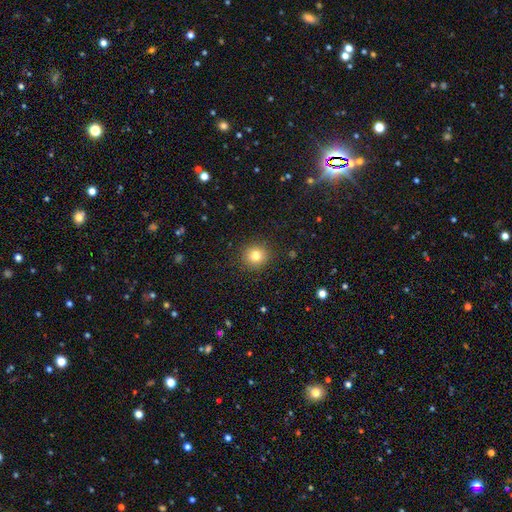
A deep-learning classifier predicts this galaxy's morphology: A smooth galaxy with no disk features (80%) that is round (90%).

Vote fractions:
- Smooth or featured? smooth: 80% / star or artifact: 12% / featured or disk: 7%
- How rounded? round: 90% / in between: 9% / cigar-shaped: 1%
- Merging? none: 90% / minor disturbance: 6% / major disturbance: 2% / merger: 1%